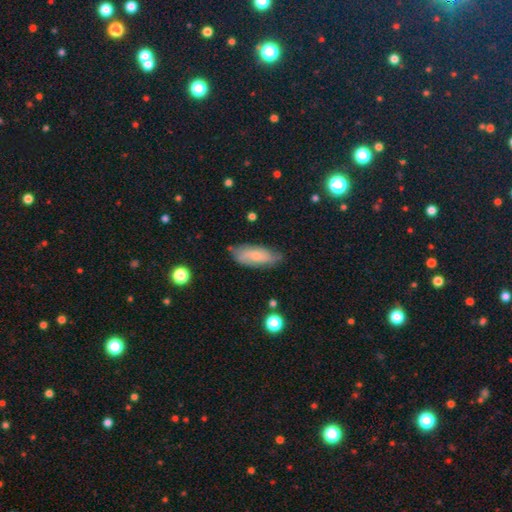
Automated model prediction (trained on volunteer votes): Morphology: type=smooth (58%); roundness=in between (78%); merging=none (70%).